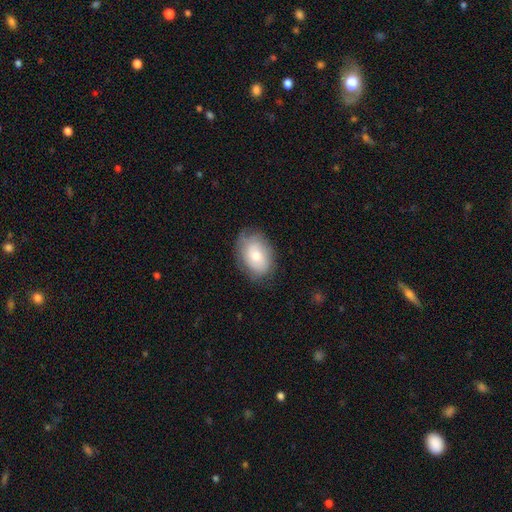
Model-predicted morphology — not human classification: Smooth or featured?
  - smooth: 62% *
  - featured or disk: 31%
  - star or artifact: 7%
How rounded?
  - in between: 81% *
  - round: 18%
  - cigar-shaped: 1%
Merging?
  - none: 71% *
  - minor disturbance: 21%
  - major disturbance: 6%
  - merger: 1%